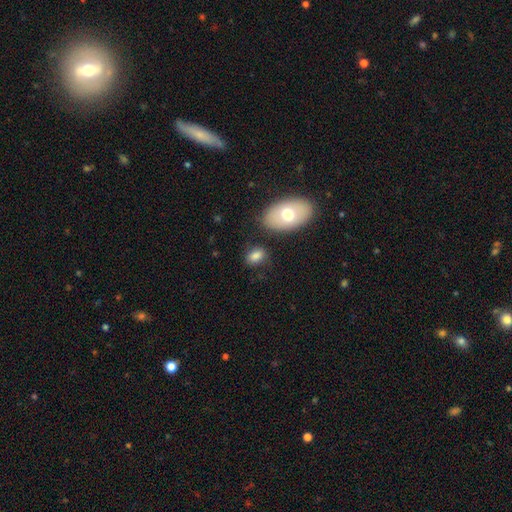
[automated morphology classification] A smooth galaxy with no disk features (79%) that is in between round and cigar-shaped (80%).

Vote fractions:
- Smooth or featured? smooth: 79% / featured or disk: 11% / star or artifact: 9%
- How rounded? in between: 80% / round: 19% / cigar-shaped: 2%
- Merging? none: 76% / minor disturbance: 14% / merger: 6% / major disturbance: 4%